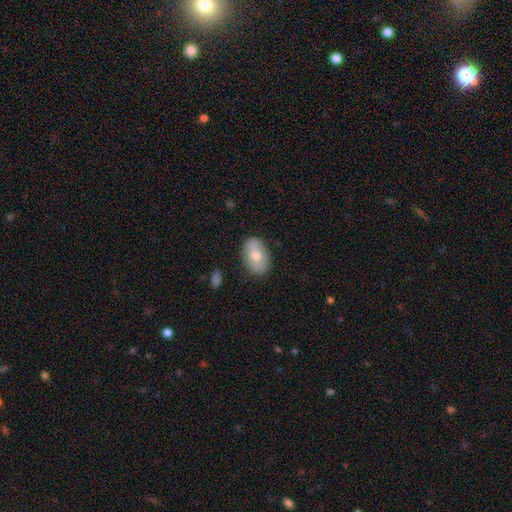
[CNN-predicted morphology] The model was most divided on "smooth or featured": smooth: 64%, featured or disk: 29%, star or artifact: 7%. More confident: how rounded — in between (86%); merging — none (84%).